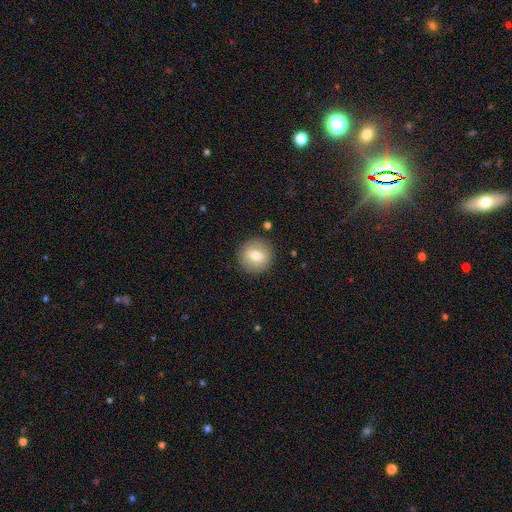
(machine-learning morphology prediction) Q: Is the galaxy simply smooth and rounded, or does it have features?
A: smooth — 70%.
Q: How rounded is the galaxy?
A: round — 92%.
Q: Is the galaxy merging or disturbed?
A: none — 89%.